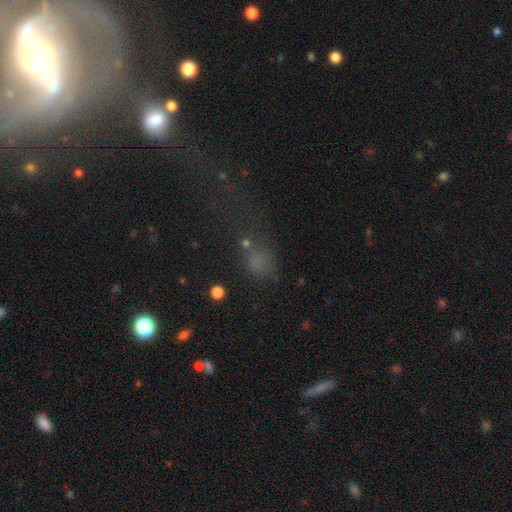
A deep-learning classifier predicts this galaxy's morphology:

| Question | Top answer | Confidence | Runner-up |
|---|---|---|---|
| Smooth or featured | star or artifact | 49% | smooth (31%) |